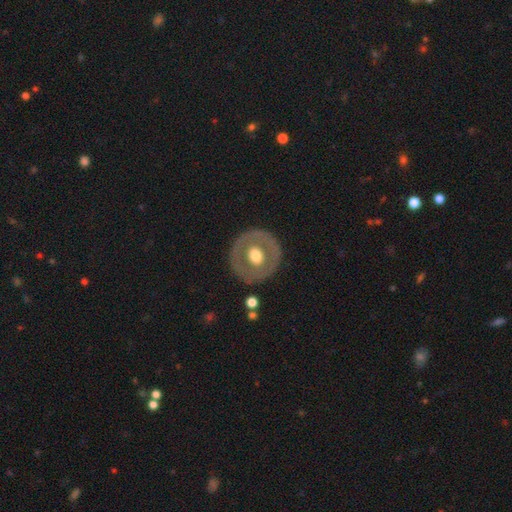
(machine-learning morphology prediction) Smooth or featured? Predicted: featured or disk (p=0.52). Edge-on disk? Predicted: no (p=0.94). Merging? Predicted: none (p=0.84).